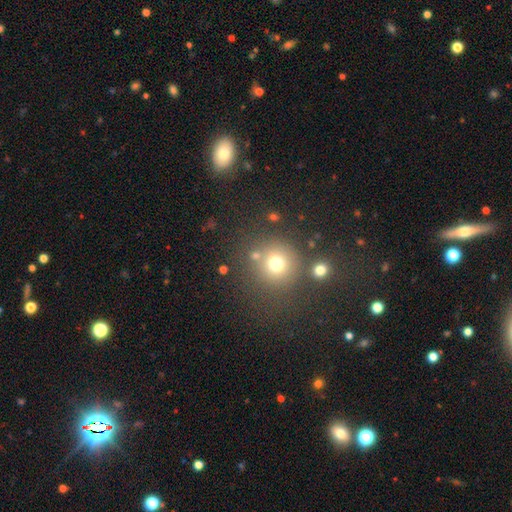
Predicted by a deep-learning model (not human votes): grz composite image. It shows a smooth galaxy with no disk features (68%) that is round (90%). Merging: none (74%).